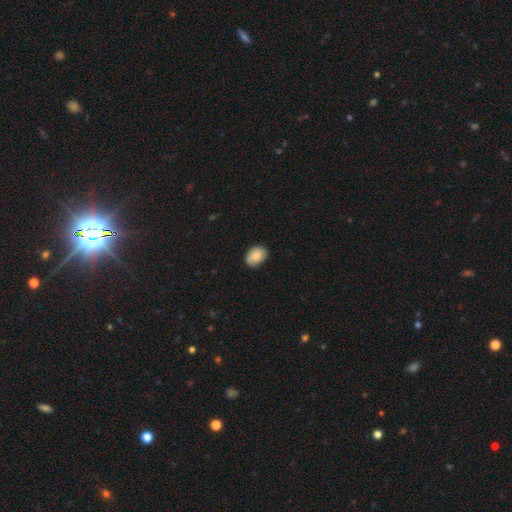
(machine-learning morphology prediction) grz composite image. It shows a smooth galaxy with no disk features (81%) that is in between round and cigar-shaped (73%). Merging: none (81%).